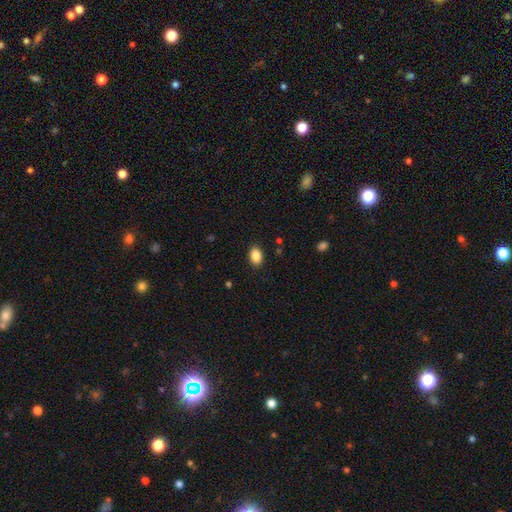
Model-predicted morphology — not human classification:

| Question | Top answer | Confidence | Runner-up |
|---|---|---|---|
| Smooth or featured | smooth | 88% | star or artifact (8%) |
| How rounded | in between | 83% | round (16%) |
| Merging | none | 88% | minor disturbance (9%) |